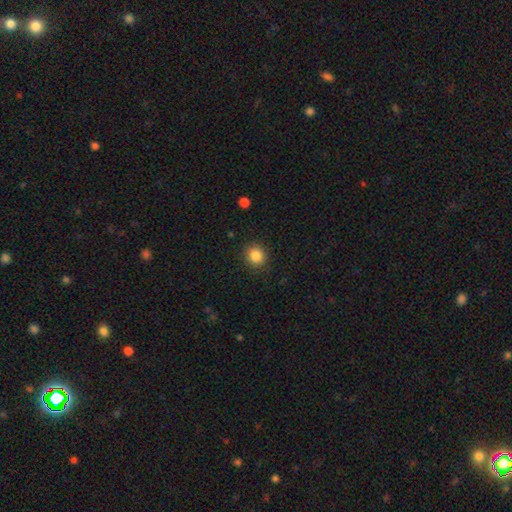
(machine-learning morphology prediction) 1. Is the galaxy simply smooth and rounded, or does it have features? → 86% smooth, 10% star or artifact, 4% featured or disk.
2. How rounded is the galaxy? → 86% round, 14% in between, 1% cigar-shaped.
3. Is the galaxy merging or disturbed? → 89% none, 7% minor disturbance, 2% major disturbance, 1% merger.